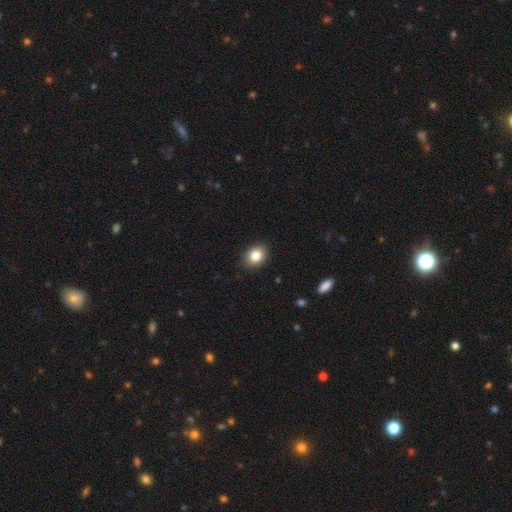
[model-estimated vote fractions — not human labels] Smooth or featured: smooth — 85% (star or artifact — 9%)
How rounded: in between — 56% (round — 43%)
Merging: none — 89% (minor disturbance — 8%)